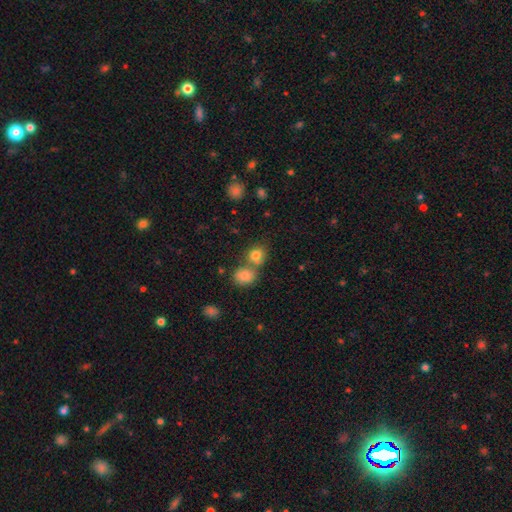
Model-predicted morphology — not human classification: Smooth or featured? Predicted: smooth (p=0.81). How rounded? Predicted: round (p=0.70). Merging? Predicted: none (p=0.50).